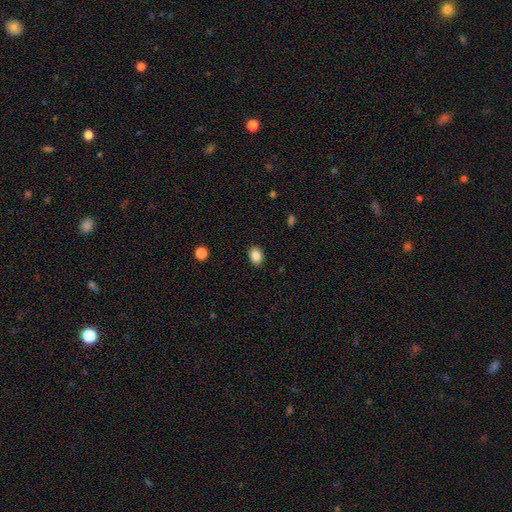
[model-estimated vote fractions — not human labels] Smooth or featured?
  - smooth: 87% *
  - star or artifact: 9%
  - featured or disk: 5%
How rounded?
  - in between: 74% *
  - round: 26%
  - cigar-shaped: 1%
Merging?
  - none: 89% *
  - minor disturbance: 8%
  - major disturbance: 2%
  - merger: 1%